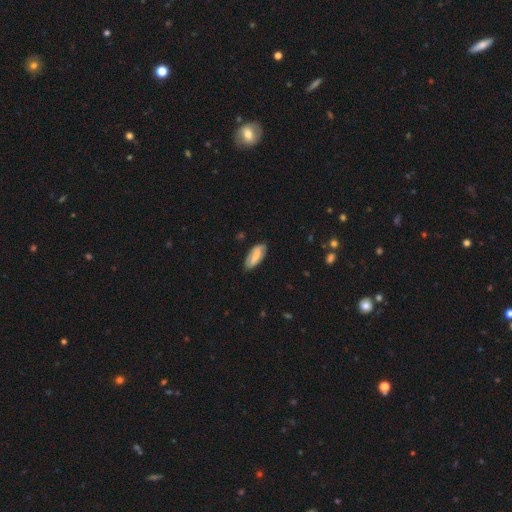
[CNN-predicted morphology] smooth-or-featured: smooth: 53% | featured or disk: 40% | star or artifact: 7%
  how-rounded: in between: 81% | cigar-shaped: 16% | round: 2%
  merging: none: 80% | minor disturbance: 15% | major disturbance: 3% | merger: 1%